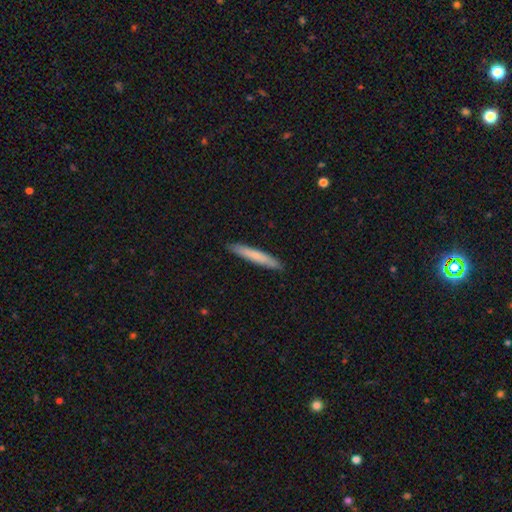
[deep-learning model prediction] smooth-or-featured: smooth: 74% | featured or disk: 20% | star or artifact: 6%
  how-rounded: cigar-shaped: 95% | in between: 4% | round: 1%
  merging: none: 90% | minor disturbance: 7% | major disturbance: 1% | merger: 1%